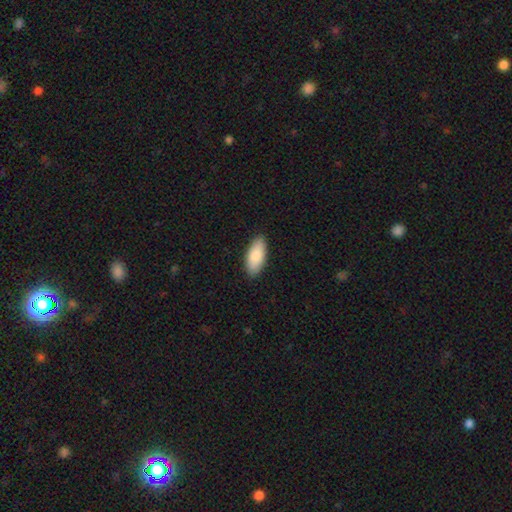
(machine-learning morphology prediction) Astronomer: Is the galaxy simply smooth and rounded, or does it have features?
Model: smooth — 84%.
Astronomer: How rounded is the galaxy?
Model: in between — 88%.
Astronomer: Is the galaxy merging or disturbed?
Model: none — 88%.